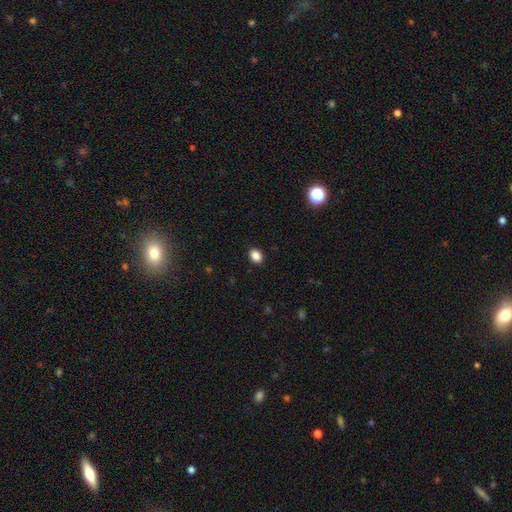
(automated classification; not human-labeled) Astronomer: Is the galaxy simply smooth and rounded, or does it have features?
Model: smooth — 87%.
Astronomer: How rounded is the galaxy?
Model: in between — 60% (runner-up: round, 39%).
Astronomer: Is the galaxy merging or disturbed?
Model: none — 90%.